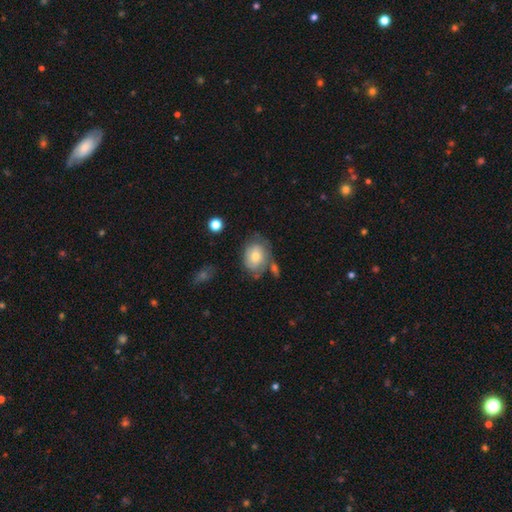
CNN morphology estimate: smooth-or-featured: smooth: 63% | featured or disk: 29% | star or artifact: 8%
  how-rounded: in between: 65% | round: 34% | cigar-shaped: 1%
  merging: none: 55% | minor disturbance: 25% | major disturbance: 10% | merger: 10%